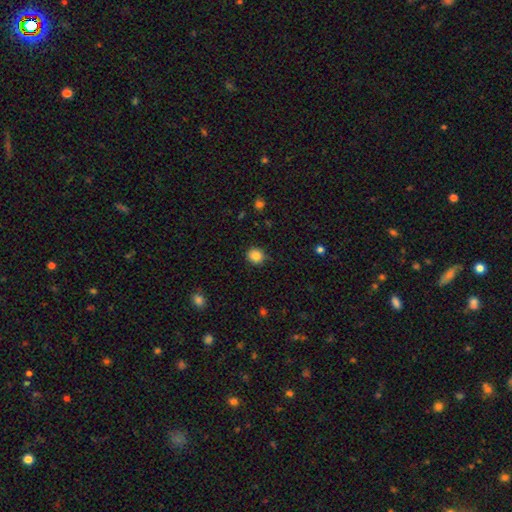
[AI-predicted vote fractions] This is clearly a smooth galaxy (85%). How rounded: clearly round (87%). Merging: clearly none (87%).